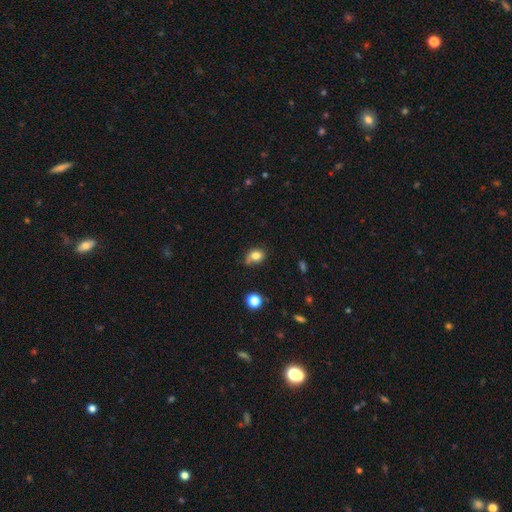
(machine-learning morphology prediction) Overall: smooth (79%). How rounded: in between (54%; round 45%). Merging: none (53%; minor disturbance 31%).